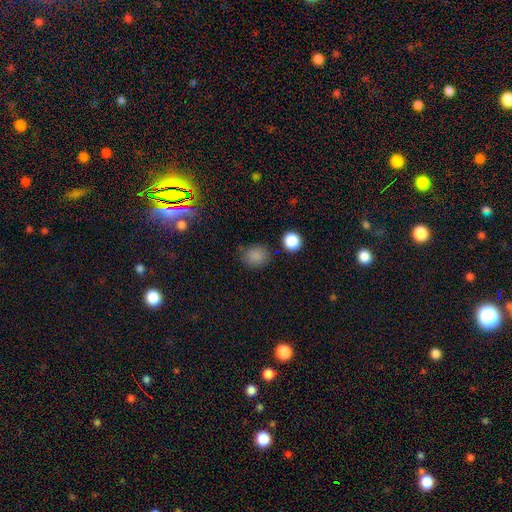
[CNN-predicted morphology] smooth-or-featured: smooth: 83% | star or artifact: 13% | featured or disk: 4%
  how-rounded: round: 70% | in between: 29% | cigar-shaped: 1%
  merging: none: 78% | minor disturbance: 14% | major disturbance: 4% | merger: 4%